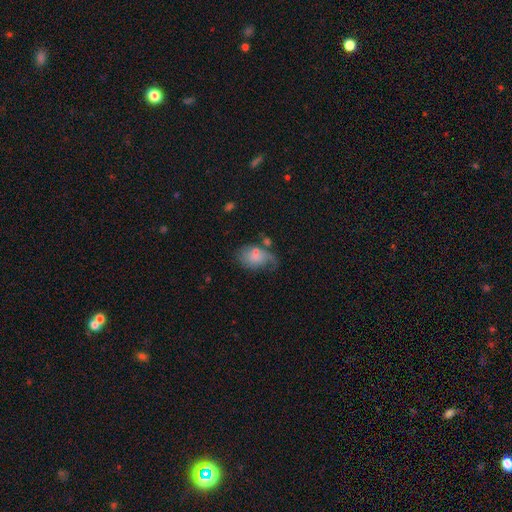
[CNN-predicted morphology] Overall: smooth (59%; featured or disk 32%). How rounded: in between (82%). Merging: none (31%; minor disturbance 29%).